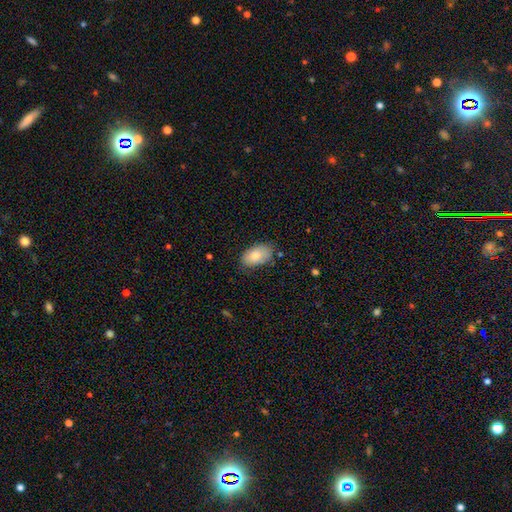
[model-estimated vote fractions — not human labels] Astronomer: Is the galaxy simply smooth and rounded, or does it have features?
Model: smooth — 80%.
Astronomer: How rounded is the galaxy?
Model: in between — 94%.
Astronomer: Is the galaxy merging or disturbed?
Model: none — 76%.